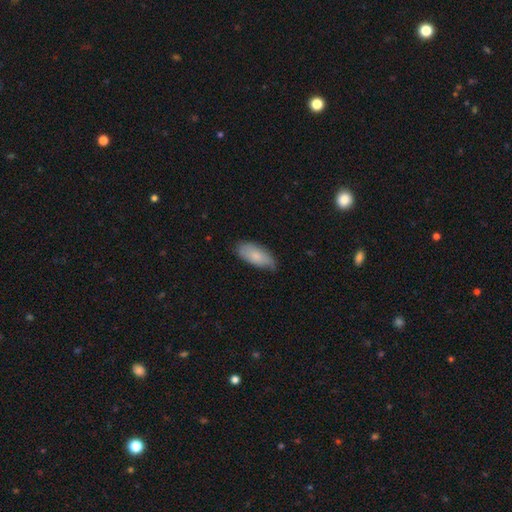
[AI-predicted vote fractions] This appears to be a smooth galaxy with no disk features (78%) that is in between round and cigar-shaped (88%). Merging: none (63%).